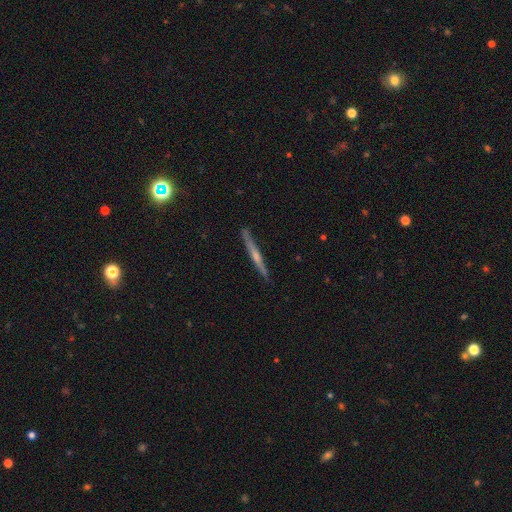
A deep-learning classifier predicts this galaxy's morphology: A featured or disk galaxy (66%) viewed edge-on (95%) with a rounded central bulge (71%).

Vote fractions:
- Smooth or featured? featured or disk: 66% / smooth: 23% / star or artifact: 12%
- Edge-on disk? yes: 95% / no: 5%
- Edge-on bulge? rounded: 71% / none: 22% / boxy: 8%
- Merging? none: 87% / minor disturbance: 9% / major disturbance: 2% / merger: 2%